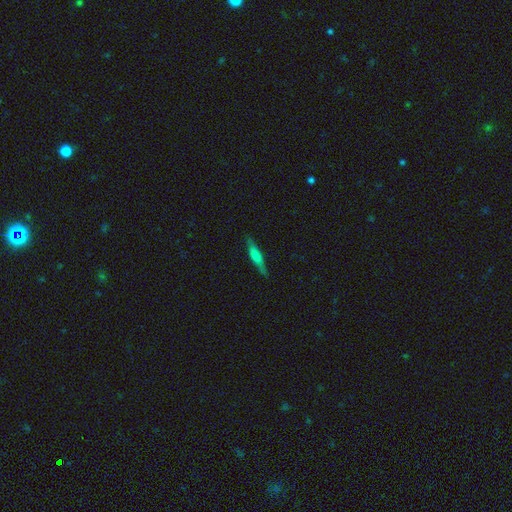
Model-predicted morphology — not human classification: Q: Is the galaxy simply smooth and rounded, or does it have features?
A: smooth — 49%.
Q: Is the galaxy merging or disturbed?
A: none — 83%.